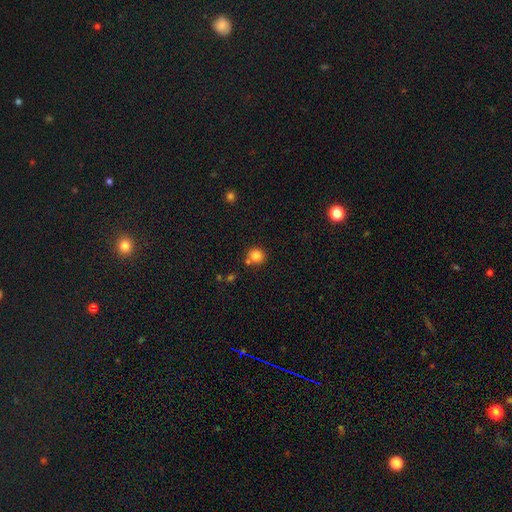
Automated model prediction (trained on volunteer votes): smooth_or_featured: smooth (p=0.84) [alt: star or artifact p=0.11]
how_rounded: round (p=0.88) [alt: in between p=0.11]
merging: none (p=0.71) [alt: merger p=0.16]